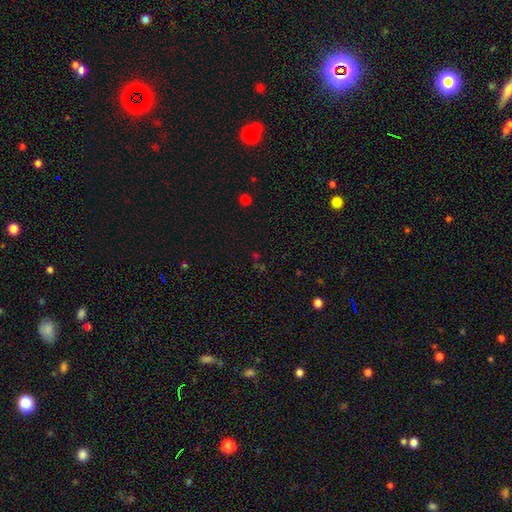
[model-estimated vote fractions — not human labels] smooth-or-featured: star or artifact: 57% | smooth: 35% | featured or disk: 8%